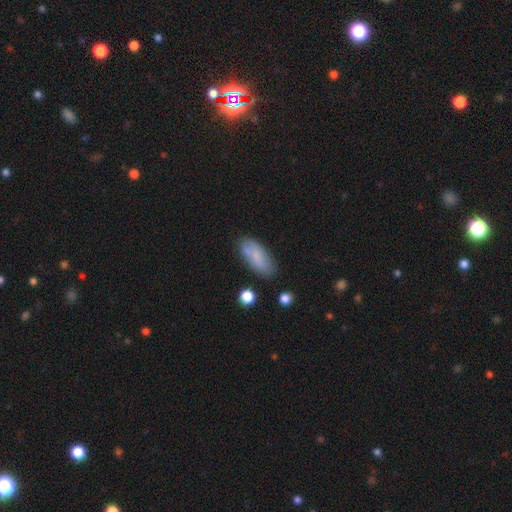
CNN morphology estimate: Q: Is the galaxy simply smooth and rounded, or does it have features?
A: smooth — 74%.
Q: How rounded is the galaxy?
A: in between — 81%.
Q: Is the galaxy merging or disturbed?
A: none — 72%.